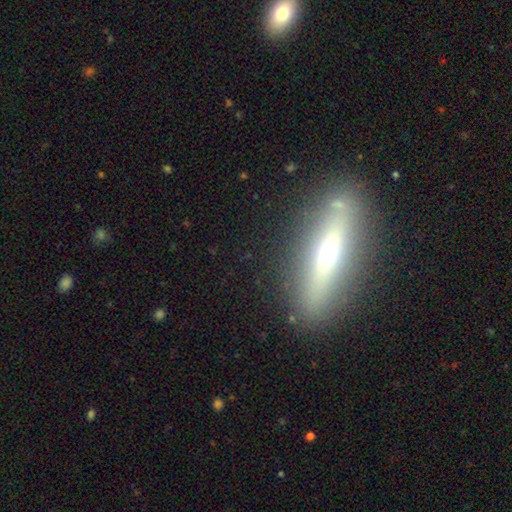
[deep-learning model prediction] Smooth or featured?
  - featured or disk: 59% *
  - smooth: 32%
  - star or artifact: 9%
Edge-on disk?
  - yes: 77% *
  - no: 23%
Merging?
  - none: 84% *
  - minor disturbance: 10%
  - major disturbance: 3%
  - merger: 3%